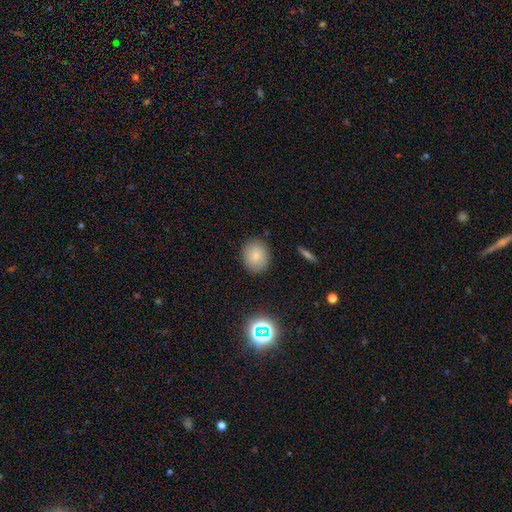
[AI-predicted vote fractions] Smooth or featured? Predicted: smooth (p=0.80). How rounded? Predicted: round (p=0.63). Merging? Predicted: none (p=0.87).